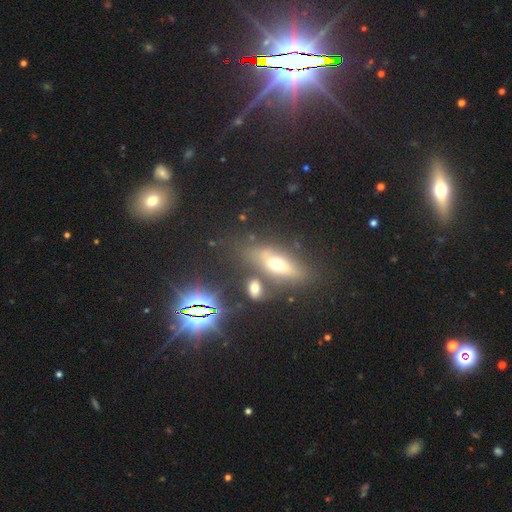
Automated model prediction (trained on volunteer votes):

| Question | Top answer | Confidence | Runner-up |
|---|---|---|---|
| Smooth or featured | featured or disk | 39% | star or artifact (34%) |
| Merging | none | 77% | minor disturbance (13%) |